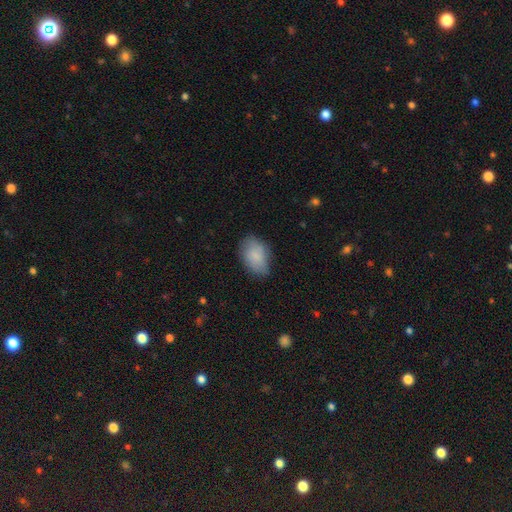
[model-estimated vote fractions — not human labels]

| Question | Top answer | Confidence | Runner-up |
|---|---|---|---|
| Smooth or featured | smooth | 81% | featured or disk (12%) |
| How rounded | in between | 86% | round (13%) |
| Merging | none | 75% | minor disturbance (20%) |